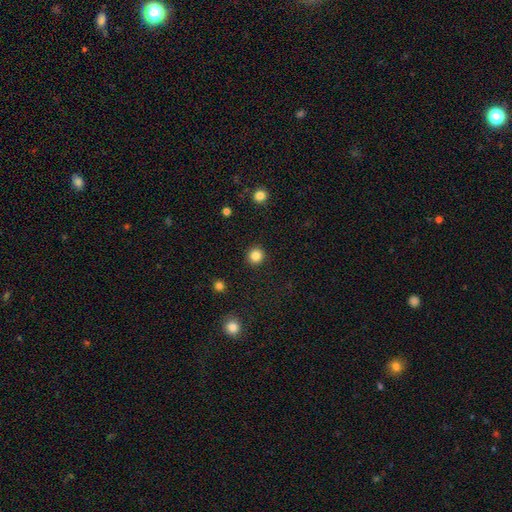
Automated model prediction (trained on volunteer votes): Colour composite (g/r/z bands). It shows a smooth galaxy with no disk features (85%) that is round (95%). Merging: none (93%).